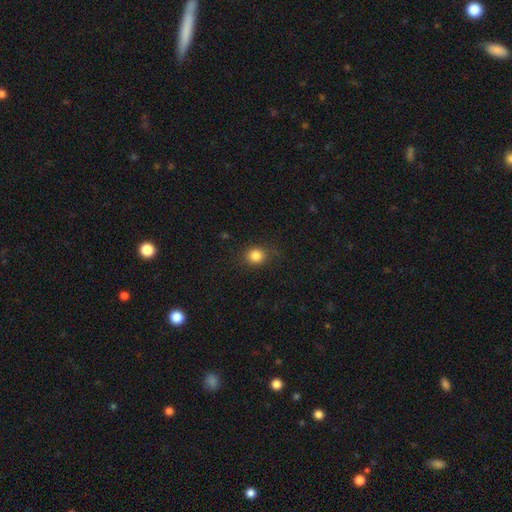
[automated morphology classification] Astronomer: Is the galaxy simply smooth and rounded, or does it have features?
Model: smooth — 84%.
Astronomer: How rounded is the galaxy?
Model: round — 81%.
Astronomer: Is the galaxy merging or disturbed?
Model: none — 84%.